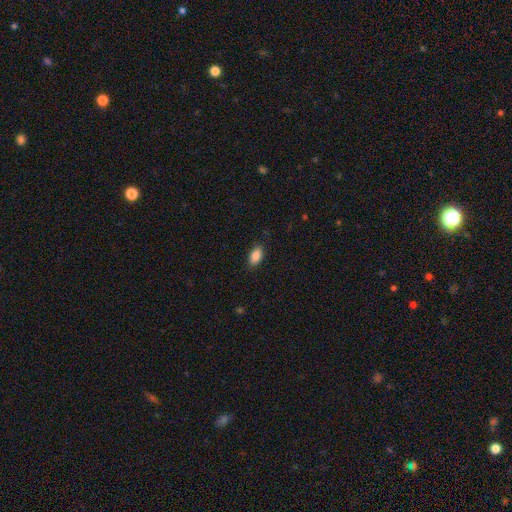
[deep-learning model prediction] This is clearly a smooth galaxy (88%). How rounded: clearly in between (91%). Merging: clearly none (85%).